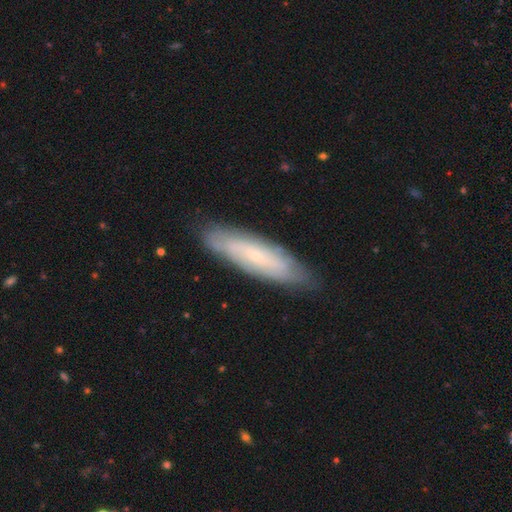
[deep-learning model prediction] A featured or disk galaxy (53%).

Vote fractions:
- Smooth or featured? featured or disk: 53% / smooth: 40% / star or artifact: 7%
- Edge-on disk? no: 65% / yes: 35%
- Merging? none: 82% / minor disturbance: 14% / major disturbance: 3% / merger: 1%